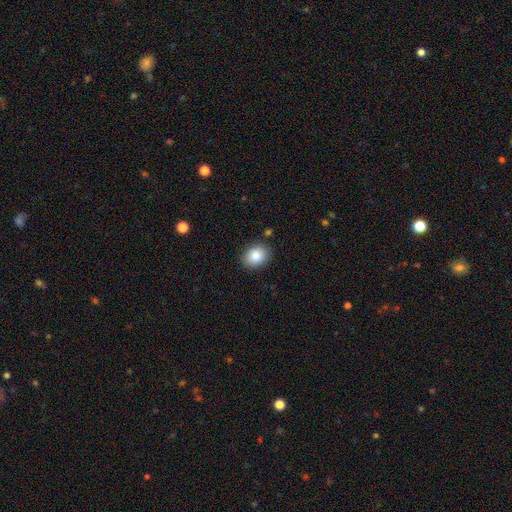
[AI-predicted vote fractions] Smooth or featured: smooth — 86% (star or artifact — 8%)
How rounded: in between — 51% (round — 48%)
Merging: none — 87% (minor disturbance — 9%)